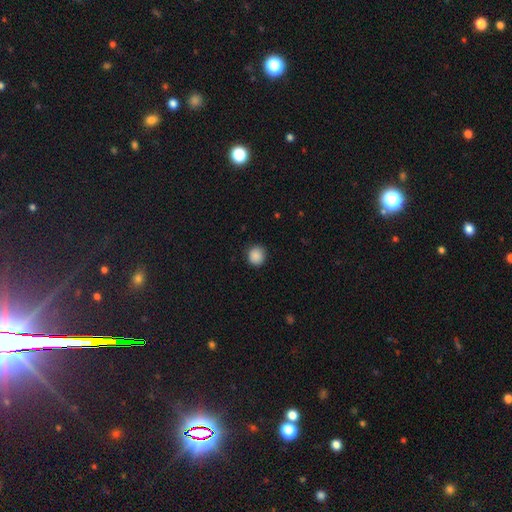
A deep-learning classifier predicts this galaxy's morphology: A smooth galaxy with no disk features (89%) that is round (90%). Merging: none (89%).